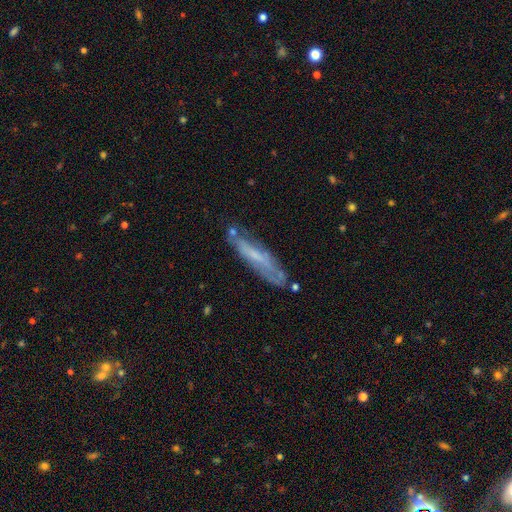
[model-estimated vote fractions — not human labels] Overall: featured or disk (50%; smooth 42%). Edge-on disk: yes (52%; no 48%). Merging: none (61%; minor disturbance 25%).